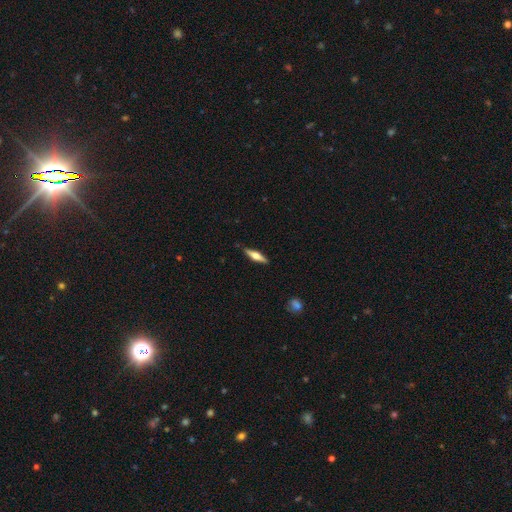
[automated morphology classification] type=featured or disk (48%); merging=none (87%).